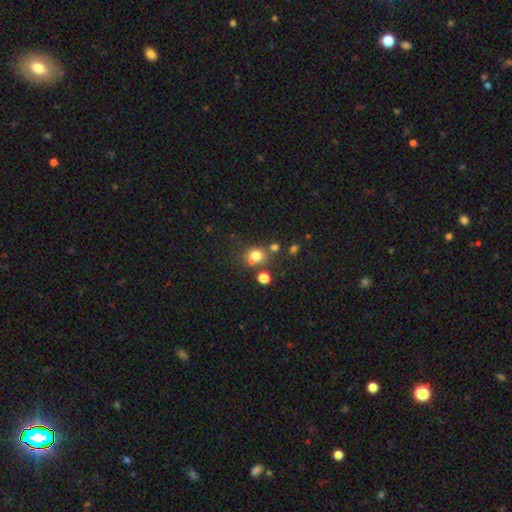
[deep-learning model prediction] smooth-or-featured: smooth: 73% | star or artifact: 16% | featured or disk: 11%
  how-rounded: round: 76% | in between: 23% | cigar-shaped: 1%
  merging: none: 59% | merger: 24% | minor disturbance: 12% | major disturbance: 5%